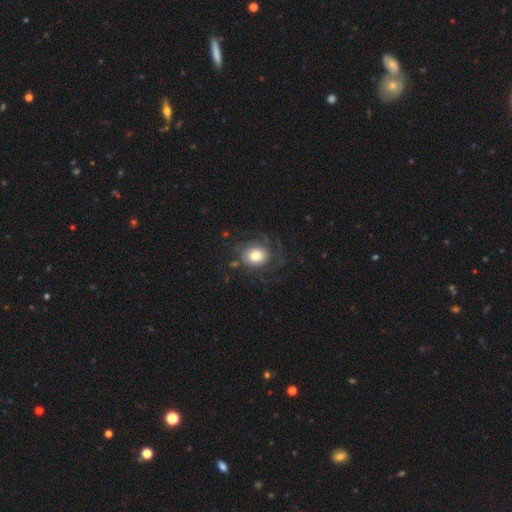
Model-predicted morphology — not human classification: Q: Smooth or featured?
A: smooth (55%); runner-up: featured or disk (36%)
Q: How rounded?
A: round (63%); runner-up: in between (36%)
Q: Merging?
A: none (58%); runner-up: major disturbance (21%)